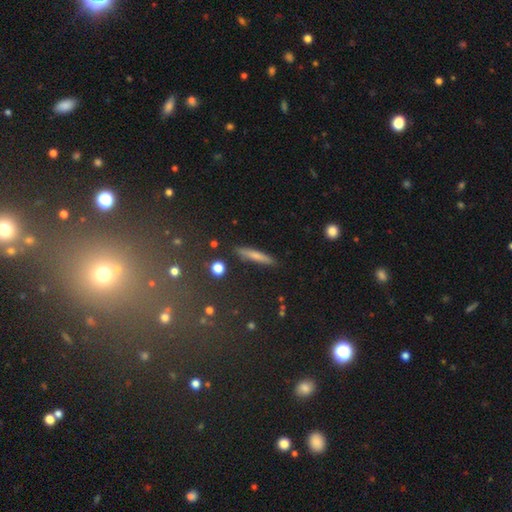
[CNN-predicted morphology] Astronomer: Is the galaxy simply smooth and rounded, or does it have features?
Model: smooth — 70%.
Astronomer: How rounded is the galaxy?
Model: cigar-shaped — 91%.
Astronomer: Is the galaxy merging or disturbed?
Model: none — 88%.